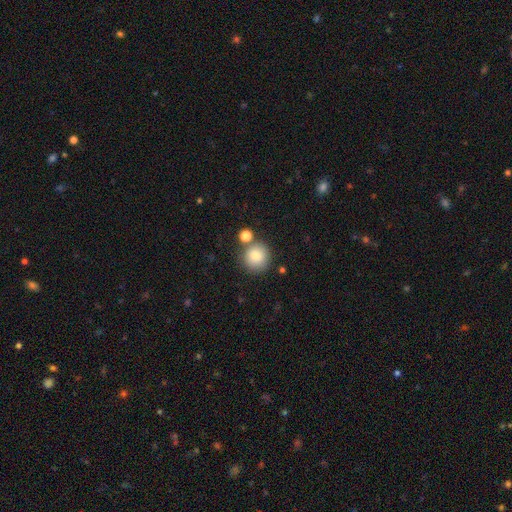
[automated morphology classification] The model was most divided on "merging": none: 75%, merger: 13%, minor disturbance: 9%, major disturbance: 3%. More confident: how rounded — round (93%); smooth or featured — smooth (83%).